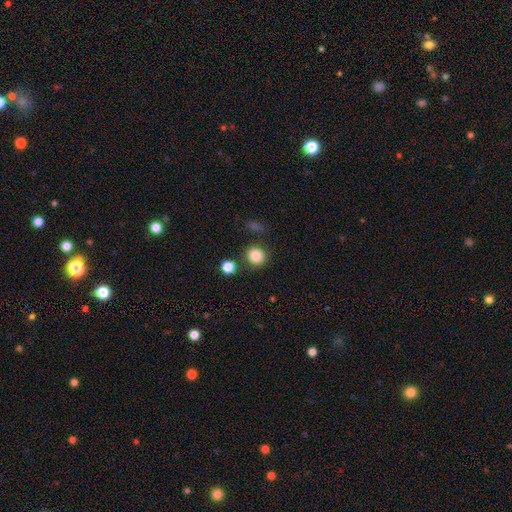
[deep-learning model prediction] smooth_or_featured: smooth (p=0.85) [alt: star or artifact p=0.10]
how_rounded: round (p=0.90) [alt: in between p=0.09]
merging: none (p=0.80) [alt: minor disturbance p=0.10]